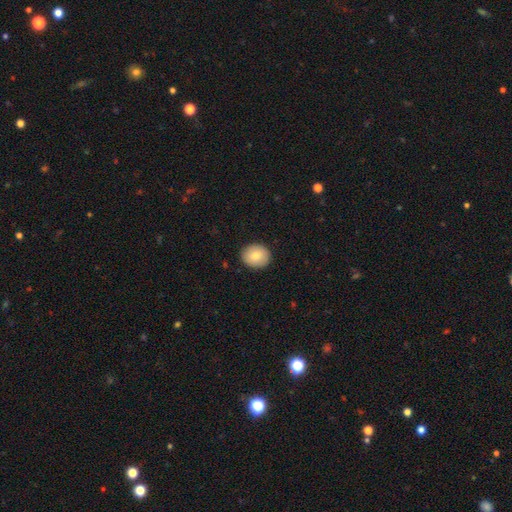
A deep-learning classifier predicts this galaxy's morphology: Smooth or featured: smooth — 80% (featured or disk — 12%)
How rounded: round — 69% (in between — 30%)
Merging: none — 90% (minor disturbance — 7%)